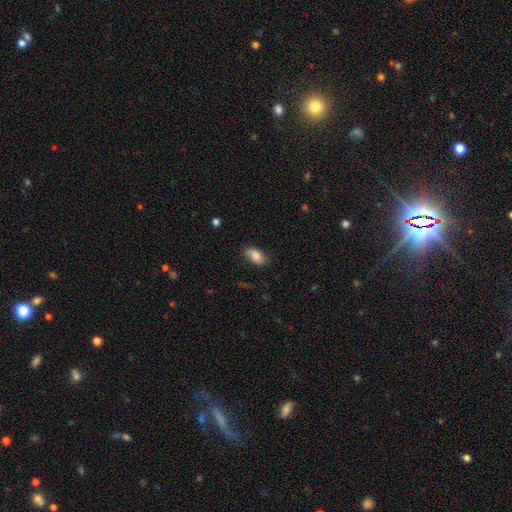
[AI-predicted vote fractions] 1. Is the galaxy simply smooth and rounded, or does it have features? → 80% smooth, 12% featured or disk, 7% star or artifact.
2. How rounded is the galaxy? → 92% in between, 5% round, 3% cigar-shaped.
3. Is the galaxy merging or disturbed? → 82% none, 14% minor disturbance, 3% major disturbance, 1% merger.